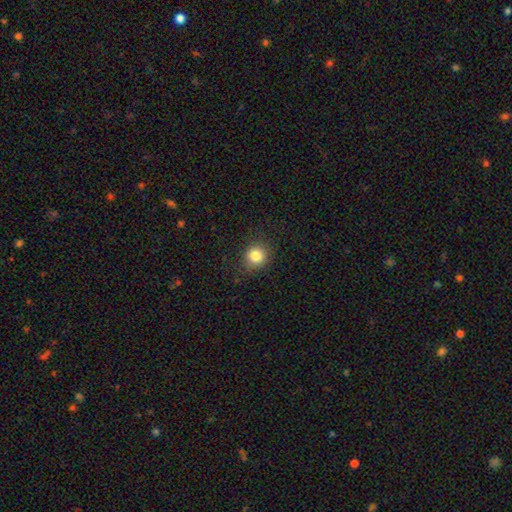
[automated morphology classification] Smooth or featured: smooth — 83% (star or artifact — 11%)
How rounded: round — 86% (in between — 13%)
Merging: none — 85% (minor disturbance — 10%)